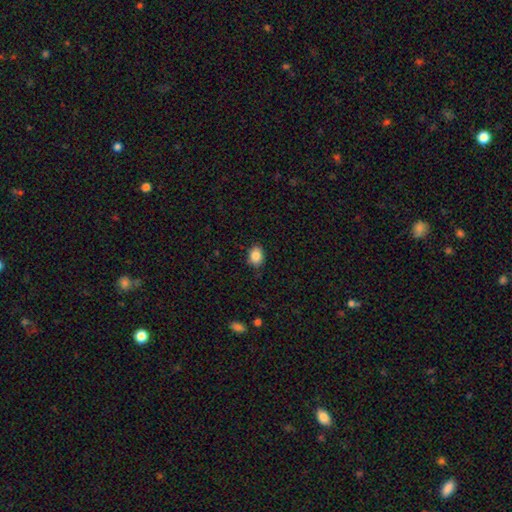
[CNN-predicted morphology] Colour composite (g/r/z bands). It shows a smooth galaxy with no disk features (86%) that is in between round and cigar-shaped (63%). Merging: none (85%).